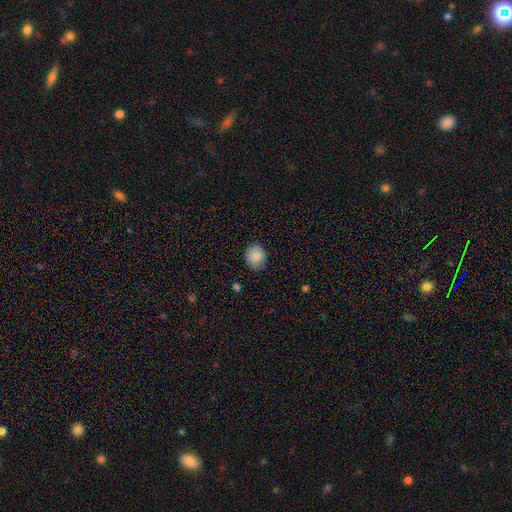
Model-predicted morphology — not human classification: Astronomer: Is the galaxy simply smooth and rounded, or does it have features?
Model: smooth — 86%.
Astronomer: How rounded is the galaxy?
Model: round — 71%.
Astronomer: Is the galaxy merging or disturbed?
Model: none — 75%.